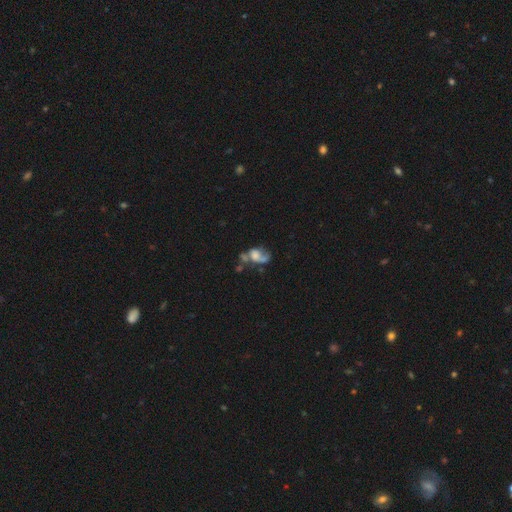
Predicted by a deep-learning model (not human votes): This appears to be a featured or disk galaxy (49%). Merging: major disturbance (34%).